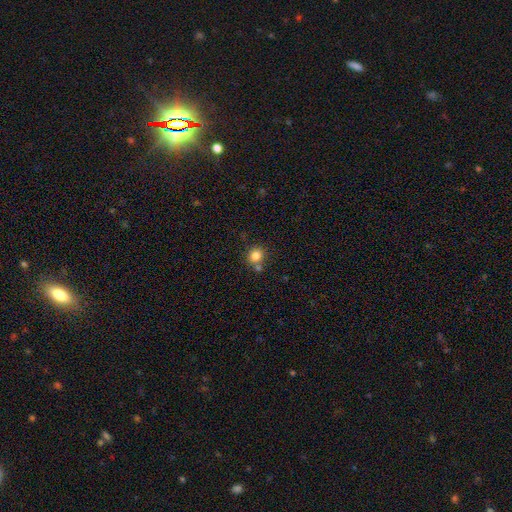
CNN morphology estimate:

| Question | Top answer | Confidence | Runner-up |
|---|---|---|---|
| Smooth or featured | smooth | 82% | star or artifact (11%) |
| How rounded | round | 77% | in between (23%) |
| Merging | none | 65% | merger (21%) |